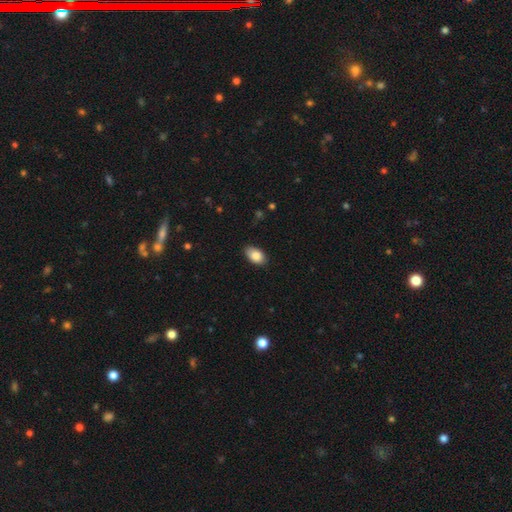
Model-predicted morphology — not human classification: A smooth galaxy with no disk features (87%) that is in between round and cigar-shaped (92%).

Vote fractions:
- Smooth or featured? smooth: 87% / star or artifact: 7% / featured or disk: 6%
- How rounded? in between: 92% / round: 7% / cigar-shaped: 1%
- Merging? none: 86% / minor disturbance: 11% / major disturbance: 2% / merger: 1%